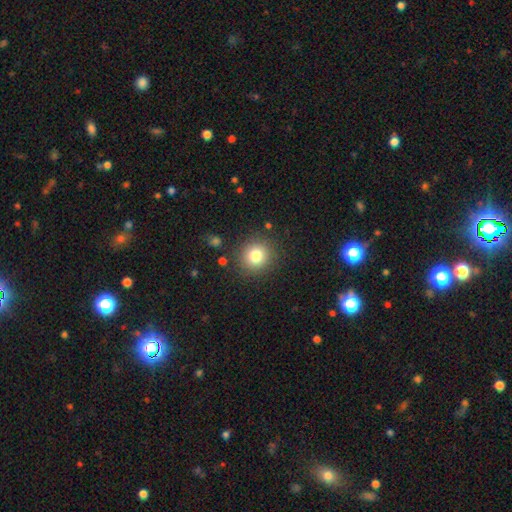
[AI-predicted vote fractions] Overall: smooth (79%). How rounded: round (90%). Merging: none (87%).